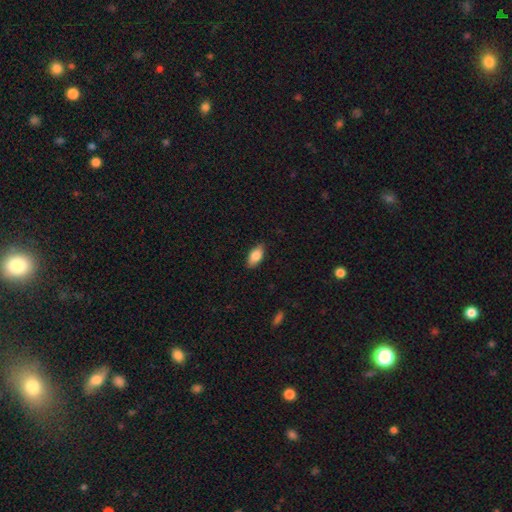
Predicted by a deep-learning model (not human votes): A smooth galaxy with no disk features (82%) that is in between round and cigar-shaped (89%).

Vote fractions:
- Smooth or featured? smooth: 82% / featured or disk: 11% / star or artifact: 7%
- How rounded? in between: 89% / cigar-shaped: 8% / round: 3%
- Merging? none: 87% / minor disturbance: 10% / major disturbance: 2% / merger: 1%